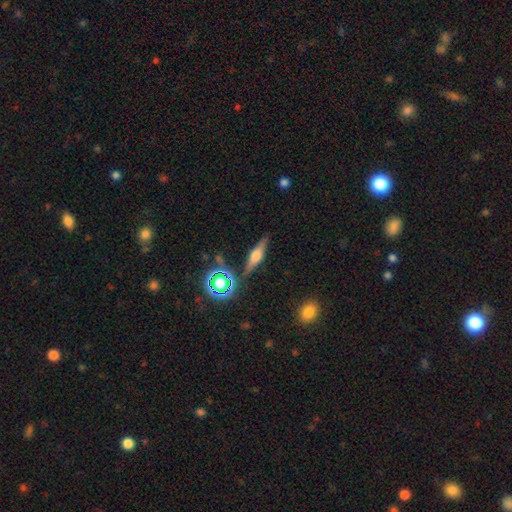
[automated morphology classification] This is likely a featured or disk galaxy (60%). It is clearly viewed edge-on (95%). Edge-on bulge: clearly rounded (86%). Merging: clearly none (83%).